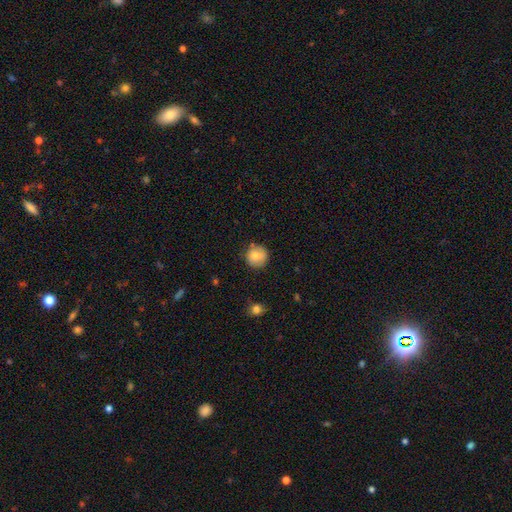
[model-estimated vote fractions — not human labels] Smooth or featured: smooth — 79% (featured or disk — 12%)
How rounded: round — 93% (in between — 6%)
Merging: none — 82% (minor disturbance — 14%)